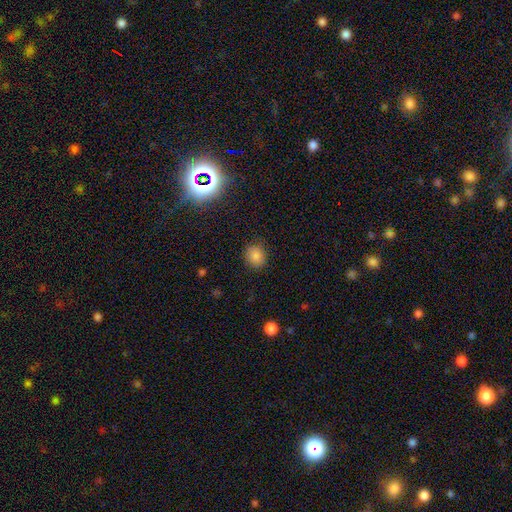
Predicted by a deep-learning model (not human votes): This appears to be a smooth galaxy with no disk features (82%) that is round (73%). Merging: none (84%).